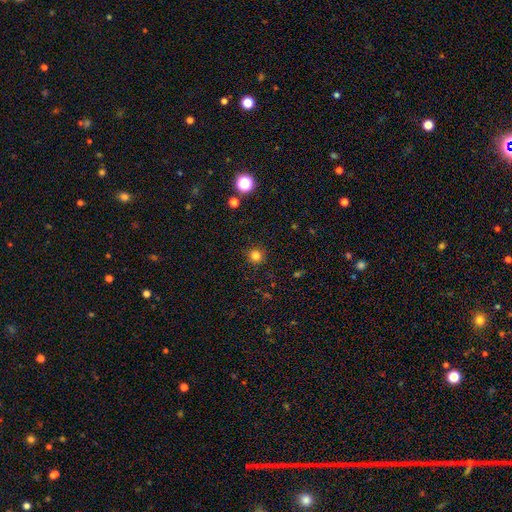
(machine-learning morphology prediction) A smooth galaxy with no disk features (81%) that is round (94%).

Vote fractions:
- Smooth or featured? smooth: 81% / star or artifact: 14% / featured or disk: 5%
- How rounded? round: 94% / in between: 5% / cigar-shaped: 1%
- Merging? none: 91% / minor disturbance: 6% / major disturbance: 2% / merger: 1%